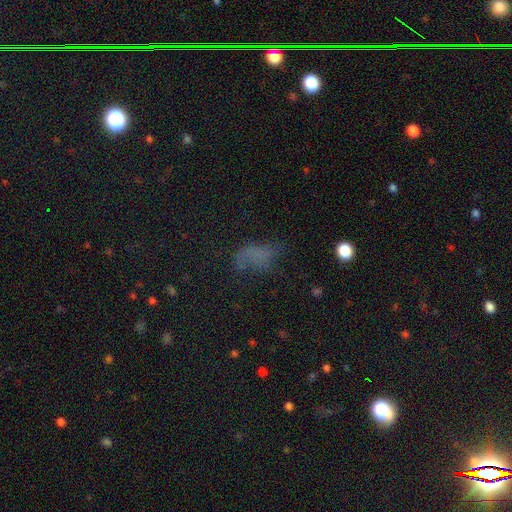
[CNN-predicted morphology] The model was most divided on "merging": none: 41%, major disturbance: 30%, minor disturbance: 25%, merger: 3%. More confident: how rounded — in between (83%); smooth or featured — smooth (51%).